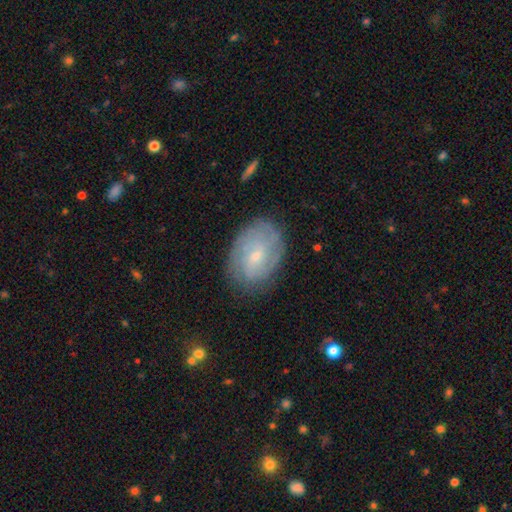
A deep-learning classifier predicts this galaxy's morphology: Q: Smooth or featured?
A: featured or disk (65%); runner-up: smooth (27%)
Q: Edge-on disk?
A: no (96%); runner-up: yes (4%)
Q: Bar?
A: no (53%); runner-up: weak (40%)
Q: Spiral arms?
A: yes (86%); runner-up: no (14%)
Q: Spiral winding?
A: tight (61%); runner-up: medium (29%)
Q: Spiral arm count?
A: can't tell (48%); runner-up: 2 (23%)
Q: Bulge size?
A: small (65%); runner-up: moderate (29%)
Q: Merging?
A: none (78%); runner-up: minor disturbance (16%)